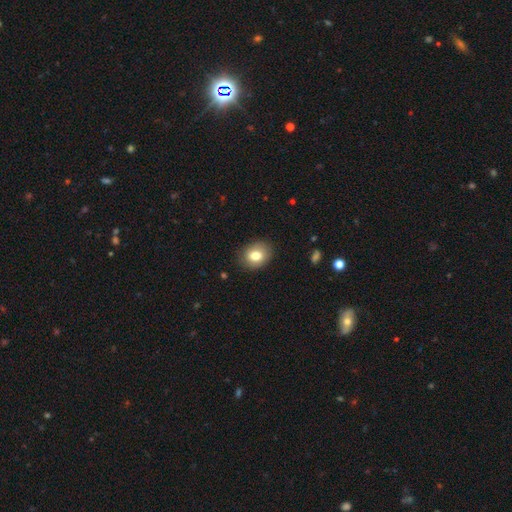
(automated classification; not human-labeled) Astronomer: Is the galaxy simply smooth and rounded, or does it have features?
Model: smooth — 79%.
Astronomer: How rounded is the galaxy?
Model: in between — 50%, tied with round at 50%.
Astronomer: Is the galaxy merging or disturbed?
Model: none — 86%.